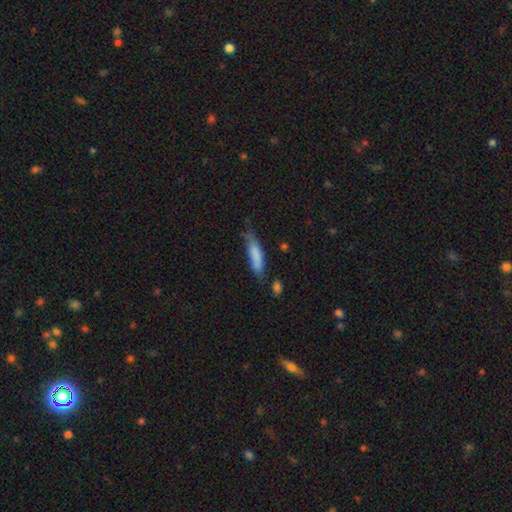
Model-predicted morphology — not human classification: This is likely a smooth galaxy (76%). How rounded: likely cigar-shaped (71%). Merging: possibly none (51%).